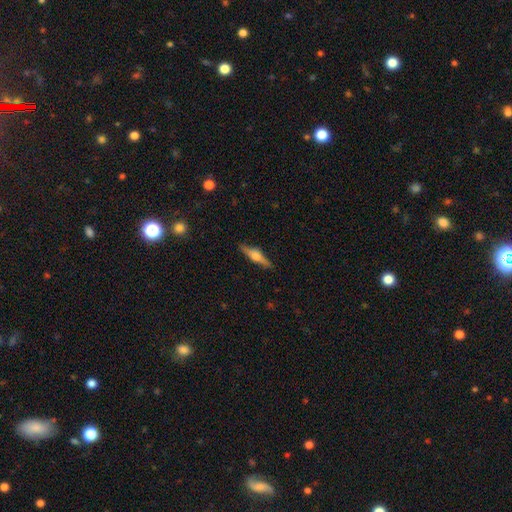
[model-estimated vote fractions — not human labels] A featured or disk galaxy (62%) viewed edge-on (96%) with a rounded central bulge (87%). Merging: none (88%).